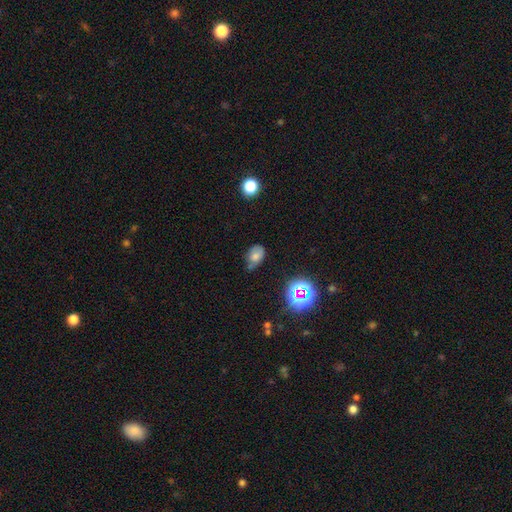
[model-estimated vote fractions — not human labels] A smooth galaxy with no disk features (66%) that is in between round and cigar-shaped (79%). Merging: none (42%).